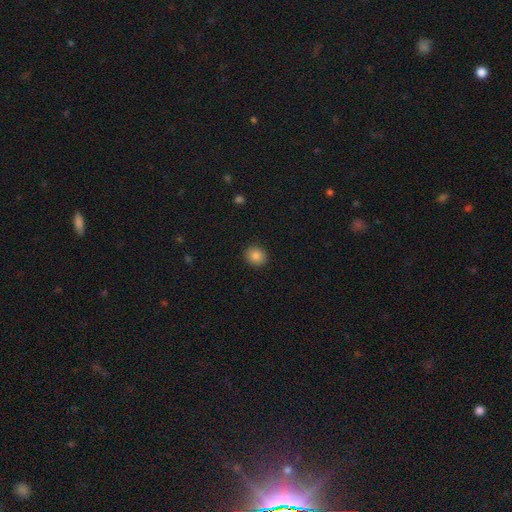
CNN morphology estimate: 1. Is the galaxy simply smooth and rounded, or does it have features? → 85% smooth, 10% star or artifact, 5% featured or disk.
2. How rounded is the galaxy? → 81% round, 18% in between, 1% cigar-shaped.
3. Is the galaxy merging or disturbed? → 91% none, 6% minor disturbance, 2% major disturbance, 1% merger.